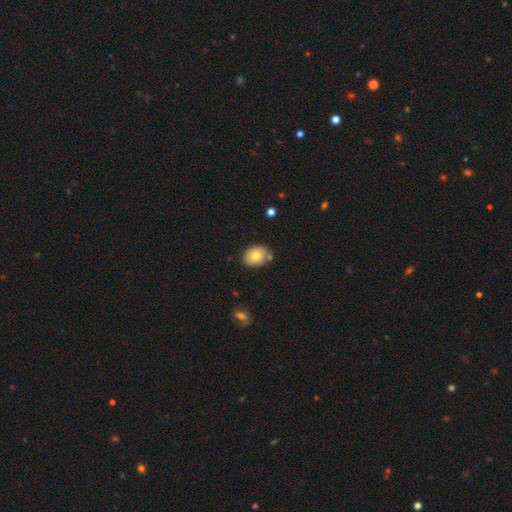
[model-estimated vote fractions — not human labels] The model was most divided on "how rounded": in between: 65%, round: 34%, cigar-shaped: 1%. More confident: merging — none (76%); smooth or featured — smooth (74%).